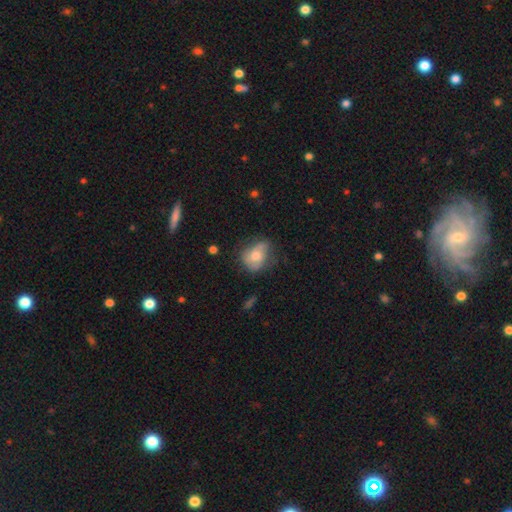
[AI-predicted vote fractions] Overall: smooth (54%; featured or disk 38%). How rounded: in between (54%; round 45%). Merging: none (50%; minor disturbance 32%).